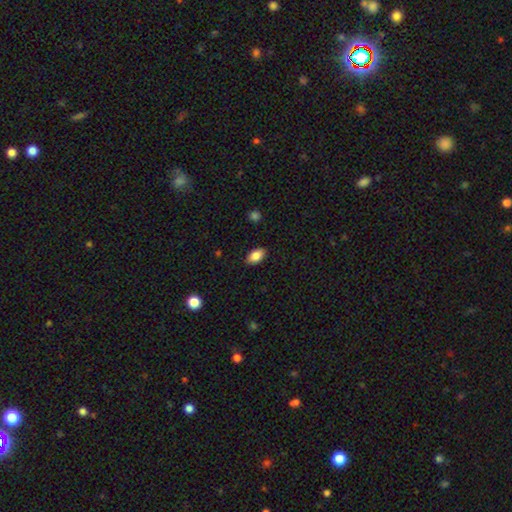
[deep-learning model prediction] Morphology: type=smooth (85%); roundness=in between (92%); merging=none (88%).